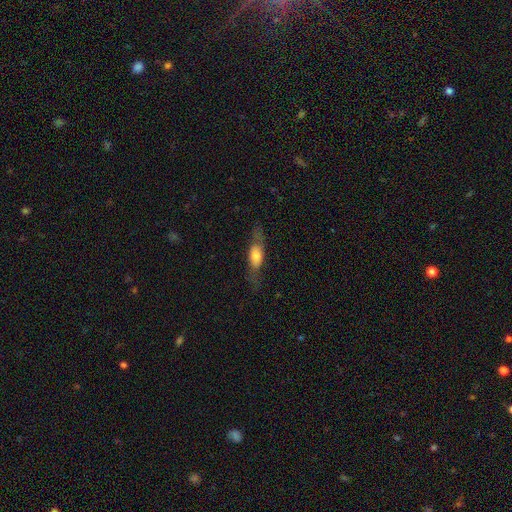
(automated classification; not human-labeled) This is possibly a smooth galaxy (54%). How rounded: possibly in between (54%). Merging: likely none (68%).